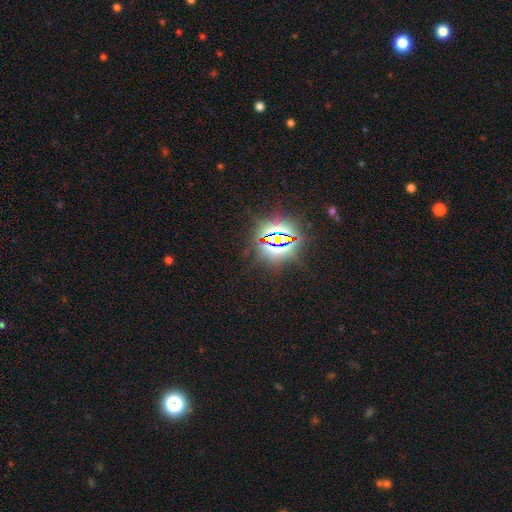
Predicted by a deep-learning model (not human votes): Smooth or featured?
  - star or artifact: 85% *
  - smooth: 9%
  - featured or disk: 6%